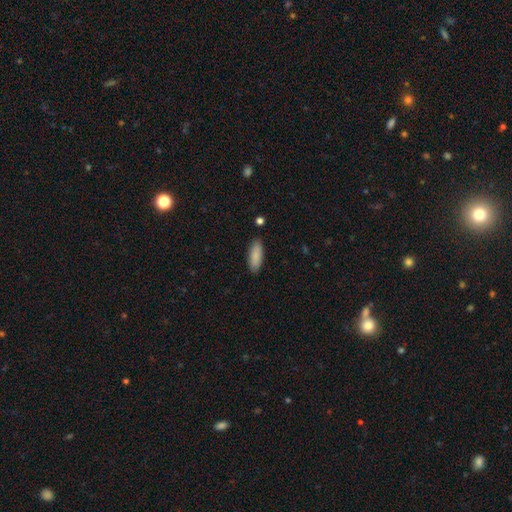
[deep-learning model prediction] Q: Smooth or featured?
A: smooth (88%); runner-up: featured or disk (6%)
Q: How rounded?
A: in between (71%); runner-up: cigar-shaped (27%)
Q: Merging?
A: none (87%); runner-up: minor disturbance (9%)